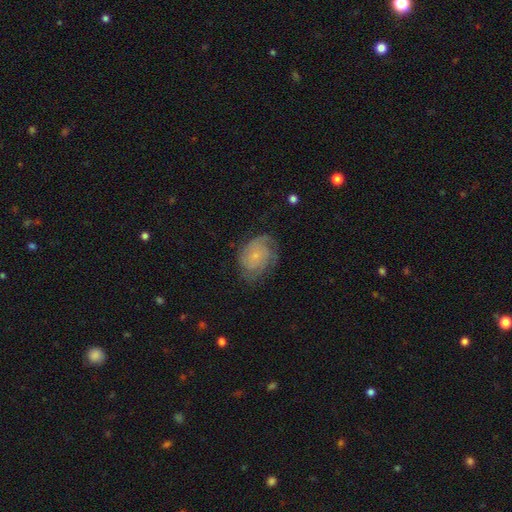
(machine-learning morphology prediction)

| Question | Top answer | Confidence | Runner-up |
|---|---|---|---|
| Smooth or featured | featured or disk | 67% | smooth (26%) |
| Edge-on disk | no | 97% | yes (3%) |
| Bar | no | 80% | weak (18%) |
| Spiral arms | yes | 89% | no (11%) |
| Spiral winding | tight | 55% | medium (32%) |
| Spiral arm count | can't tell | 37% | 2 (26%) |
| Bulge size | small | 78% | moderate (13%) |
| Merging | none | 62% | minor disturbance (24%) |